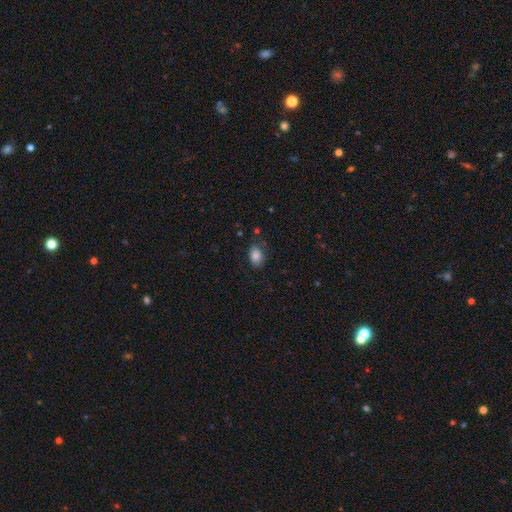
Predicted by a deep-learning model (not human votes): smooth_or_featured: smooth (p=0.85) [alt: star or artifact p=0.09]
how_rounded: in between (p=0.83) [alt: round p=0.15]
merging: none (p=0.75) [alt: minor disturbance p=0.18]